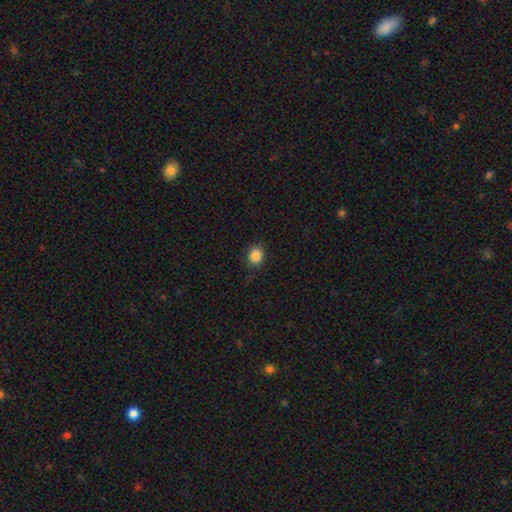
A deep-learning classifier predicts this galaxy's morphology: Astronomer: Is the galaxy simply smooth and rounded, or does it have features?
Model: smooth — 85%.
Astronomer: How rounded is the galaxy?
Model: round — 70%.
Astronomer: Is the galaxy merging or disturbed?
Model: none — 85%.